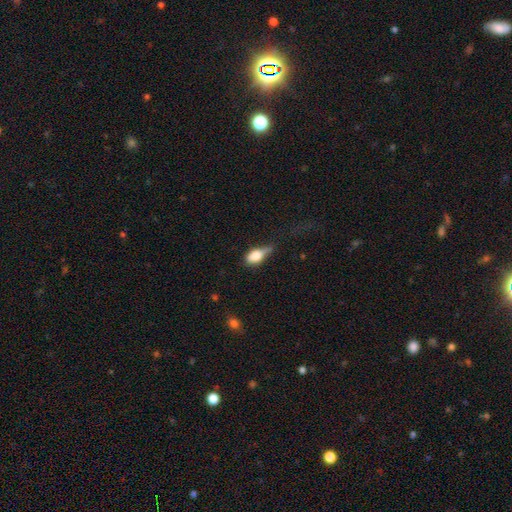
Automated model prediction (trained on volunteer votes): This appears to be a smooth galaxy with no disk features (72%) that is in between round and cigar-shaped (80%). Merging: minor disturbance (40%).